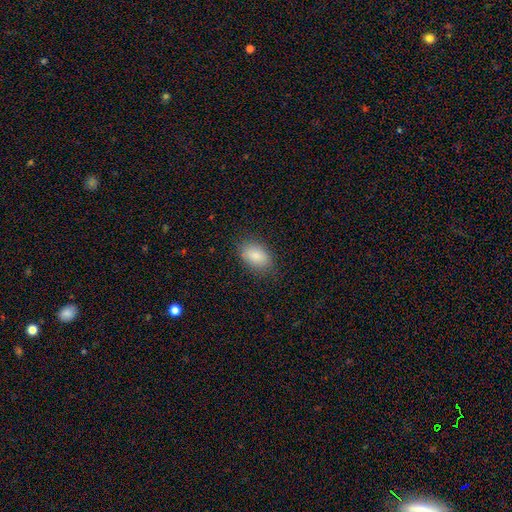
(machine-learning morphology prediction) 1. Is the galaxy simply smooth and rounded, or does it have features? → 86% smooth, 7% star or artifact, 7% featured or disk.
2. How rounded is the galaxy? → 90% in between, 9% round, 2% cigar-shaped.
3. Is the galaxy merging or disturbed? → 82% none, 13% minor disturbance, 4% major disturbance, 1% merger.